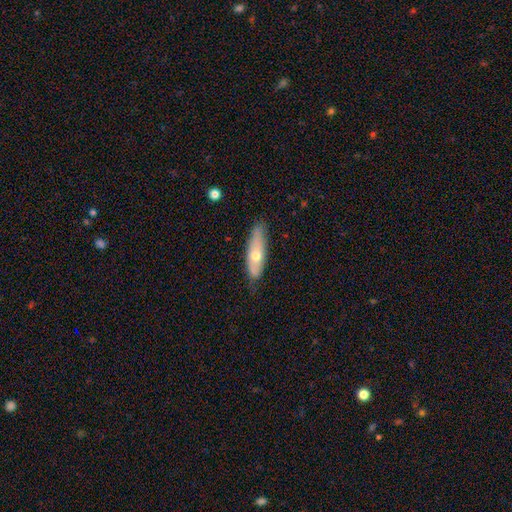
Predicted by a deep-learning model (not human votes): Q: Smooth or featured?
A: smooth (55%); runner-up: featured or disk (39%)
Q: How rounded?
A: cigar-shaped (53%); runner-up: in between (45%)
Q: Merging?
A: none (75%); runner-up: minor disturbance (21%)